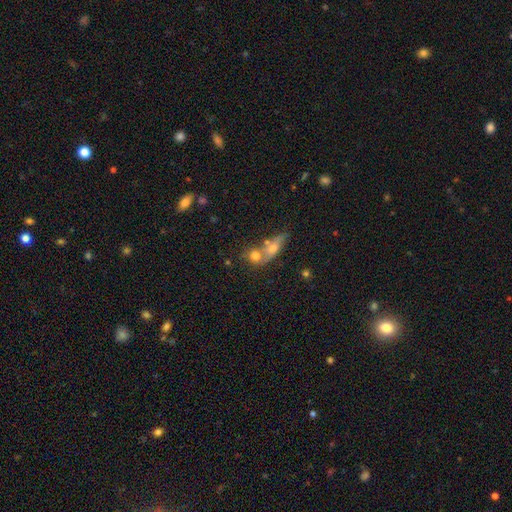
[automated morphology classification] Smooth or featured? smooth (52%)
How rounded? in between (46%)
Merging? merger (51%)